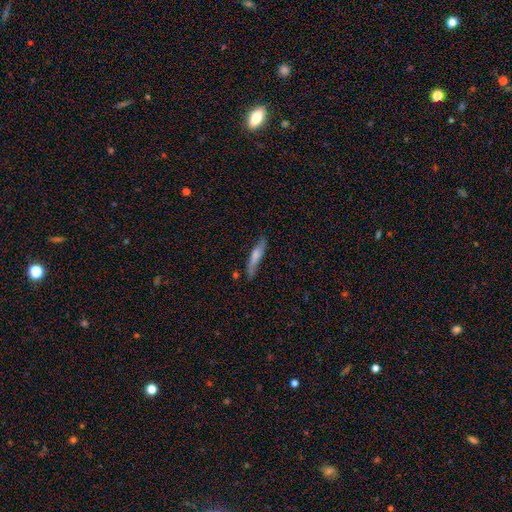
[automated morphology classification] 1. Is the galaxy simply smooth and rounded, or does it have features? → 61% smooth, 33% featured or disk, 6% star or artifact.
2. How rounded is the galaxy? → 85% cigar-shaped, 13% in between, 2% round.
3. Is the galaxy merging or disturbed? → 69% none, 23% minor disturbance, 5% major disturbance, 3% merger.